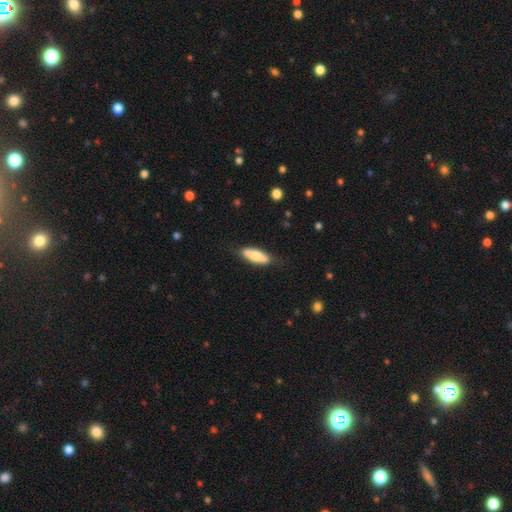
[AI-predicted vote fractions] Smooth or featured: smooth — 71% (featured or disk — 24%)
How rounded: in between — 58% (cigar-shaped — 40%)
Merging: none — 75% (minor disturbance — 19%)